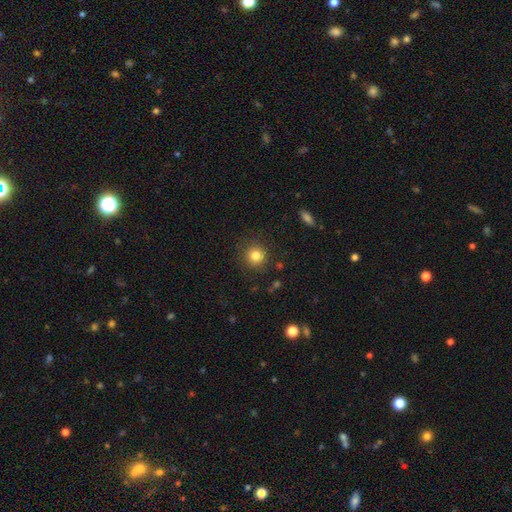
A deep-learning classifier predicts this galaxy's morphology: Smooth or featured? Predicted: smooth (p=0.82). How rounded? Predicted: round (p=0.92). Merging? Predicted: none (p=0.87).